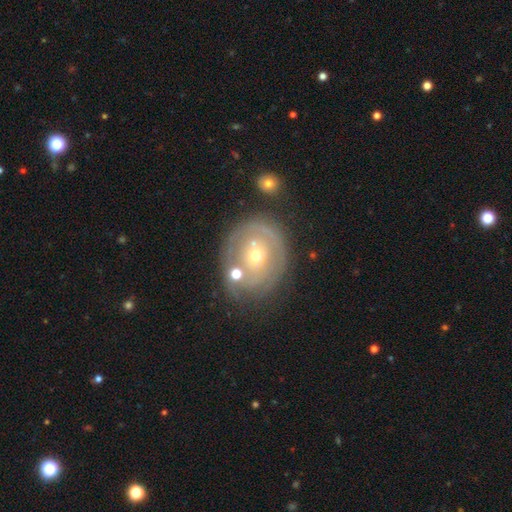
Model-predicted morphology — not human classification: Overall: featured or disk (70%). Edge-on disk: no (96%). Bar: no (76%). Spiral arms: yes (57%; no 43%). Bulge size: moderate (49%; small 46%). Merging: none (63%).